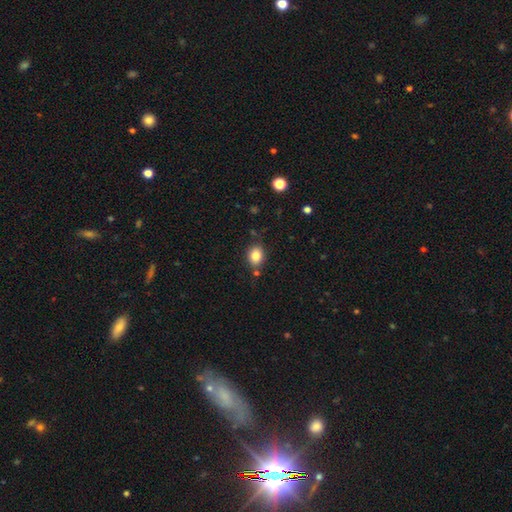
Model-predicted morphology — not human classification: The model was most divided on "how rounded": in between: 51%, round: 48%, cigar-shaped: 1%. More confident: smooth or featured — smooth (84%); merging — none (78%).